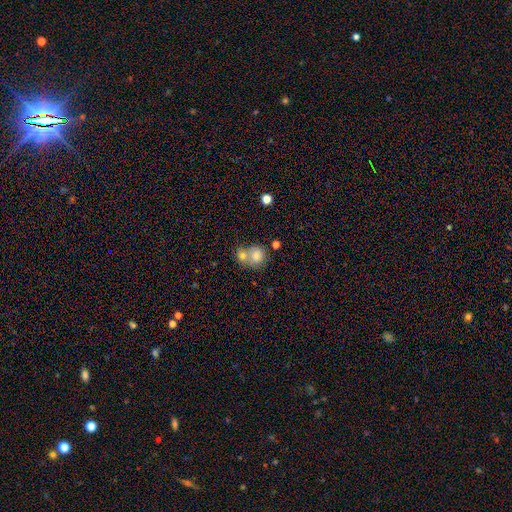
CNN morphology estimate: smooth-or-featured: smooth: 77% | featured or disk: 13% | star or artifact: 9%
  how-rounded: round: 75% | in between: 24% | cigar-shaped: 1%
  merging: merger: 56% | none: 33% | minor disturbance: 8% | major disturbance: 4%